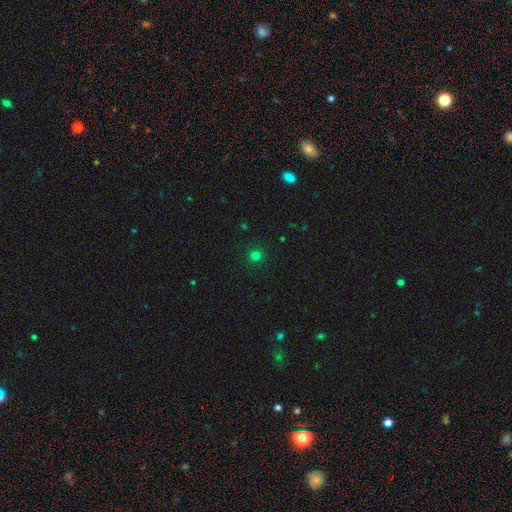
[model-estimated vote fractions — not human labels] This is likely a smooth galaxy (77%). How rounded: clearly round (93%). Merging: clearly none (91%).